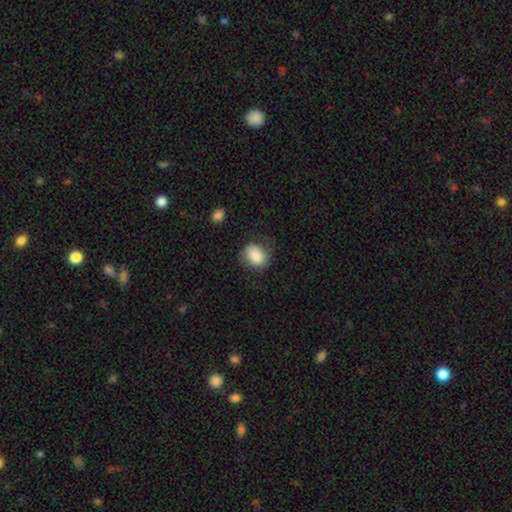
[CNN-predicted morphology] Smooth or featured: smooth — 84% (featured or disk — 9%)
How rounded: in between — 57% (round — 41%)
Merging: none — 64% (minor disturbance — 23%)